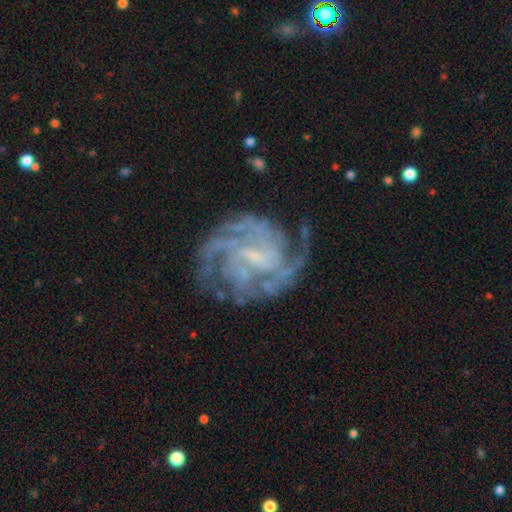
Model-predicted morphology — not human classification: featured or disk 89%, star or artifact 6%, smooth 5%. Down the decision tree: edge-on disk — no (98%); bar — weak (54%); spiral arms — yes (97%); spiral arm count — 3 (26%); spiral winding — tight (54%); bulge size — small (50%); merging — none (71%).